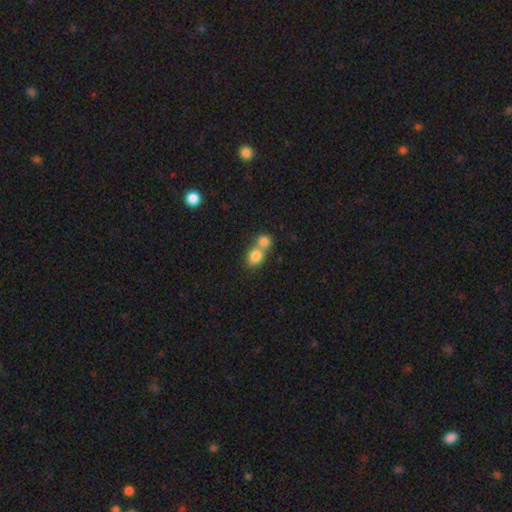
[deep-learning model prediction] Q: Smooth or featured?
A: smooth (82%); runner-up: star or artifact (9%)
Q: How rounded?
A: round (63%); runner-up: in between (36%)
Q: Merging?
A: merger (59%); runner-up: none (32%)